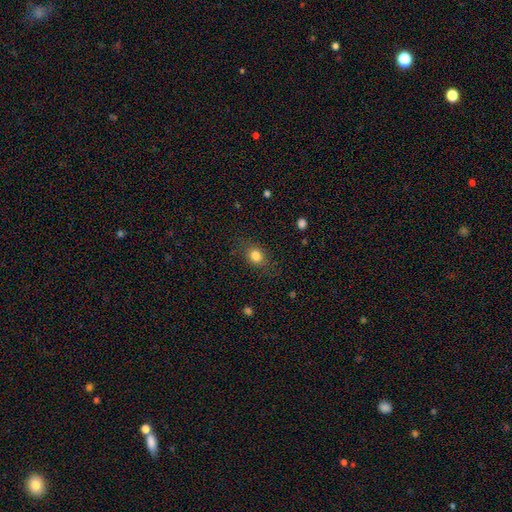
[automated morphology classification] smooth 81%, star or artifact 11%, featured or disk 8%. Down the decision tree: how rounded — round (52%); merging — none (79%).